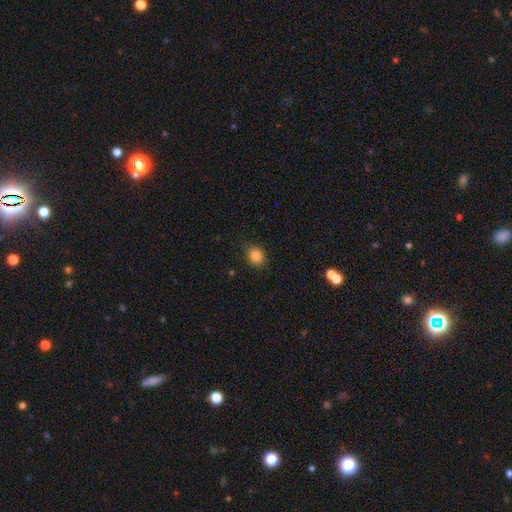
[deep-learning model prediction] Smooth or featured? smooth (84%)
How rounded? round (58%)
Merging? none (82%)